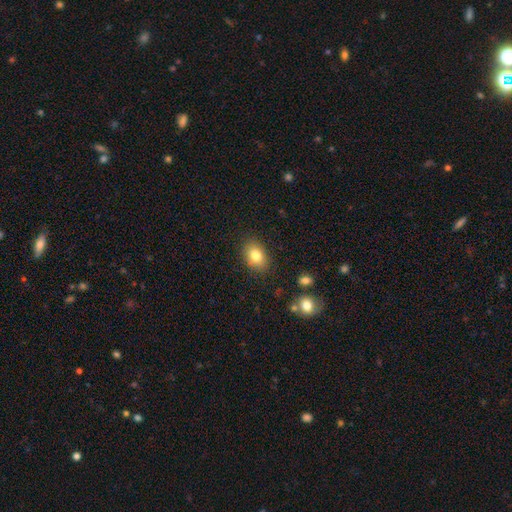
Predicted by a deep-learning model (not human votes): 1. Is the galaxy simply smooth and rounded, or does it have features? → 82% smooth, 9% featured or disk, 9% star or artifact.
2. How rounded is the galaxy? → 75% in between, 24% round, 1% cigar-shaped.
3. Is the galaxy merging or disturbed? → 85% none, 10% minor disturbance, 3% major disturbance, 1% merger.